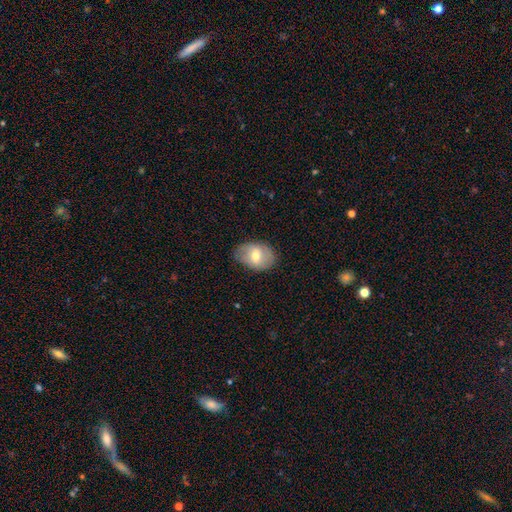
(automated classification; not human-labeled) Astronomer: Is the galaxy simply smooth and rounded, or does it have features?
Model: smooth — 61%.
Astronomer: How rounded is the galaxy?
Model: in between — 75%.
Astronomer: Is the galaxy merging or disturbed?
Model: none — 78%.